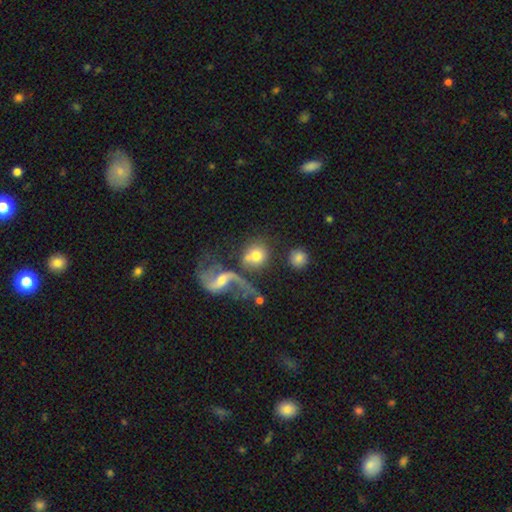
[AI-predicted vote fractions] This is likely a smooth galaxy (64%). How rounded: clearly round (83%). Merging: possibly none (47%).